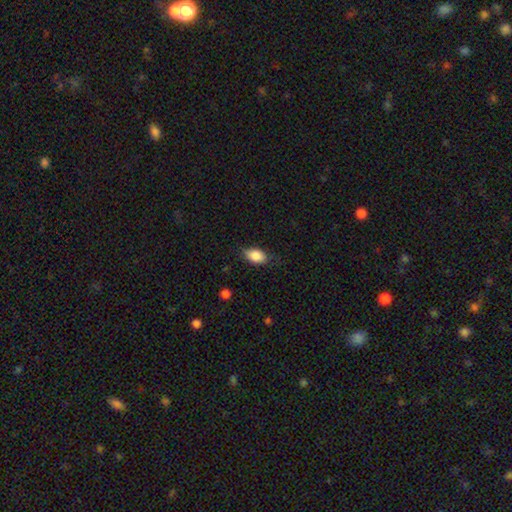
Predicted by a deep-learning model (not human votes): Overall: smooth (84%). How rounded: in between (86%). Merging: none (66%; minor disturbance 27%).